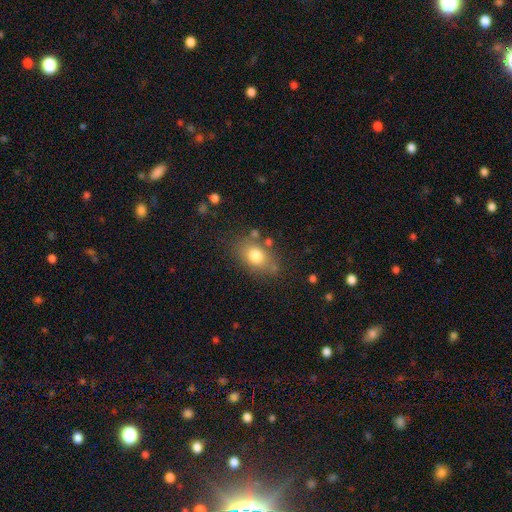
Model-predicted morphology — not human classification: smooth_or_featured: smooth (p=0.77) [alt: featured or disk p=0.13]
how_rounded: in between (p=0.75) [alt: round p=0.23]
merging: none (p=0.72) [alt: minor disturbance p=0.16]